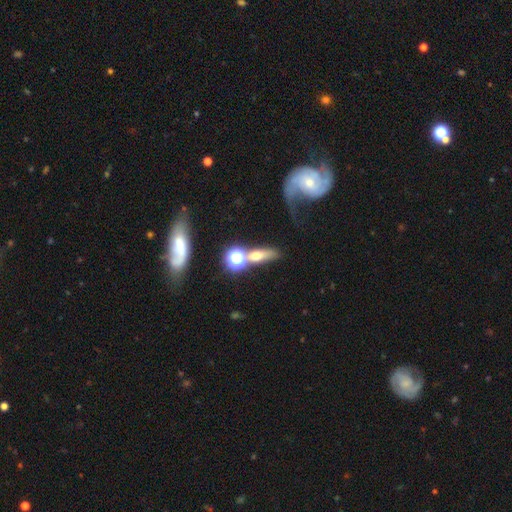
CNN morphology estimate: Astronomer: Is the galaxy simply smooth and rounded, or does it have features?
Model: smooth — 52%.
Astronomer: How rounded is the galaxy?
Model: in between — 41% (runner-up: cigar-shaped, 32%).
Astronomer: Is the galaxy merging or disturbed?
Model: none — 51% (runner-up: merger, 27%).